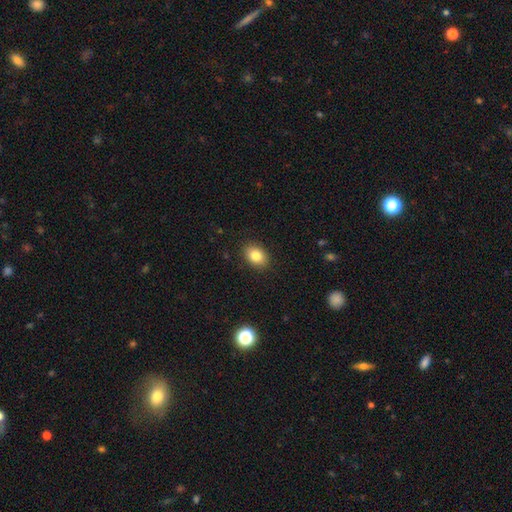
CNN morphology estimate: Smooth or featured? Predicted: smooth (p=0.83). How rounded? Predicted: in between (p=0.72). Merging? Predicted: none (p=0.89).